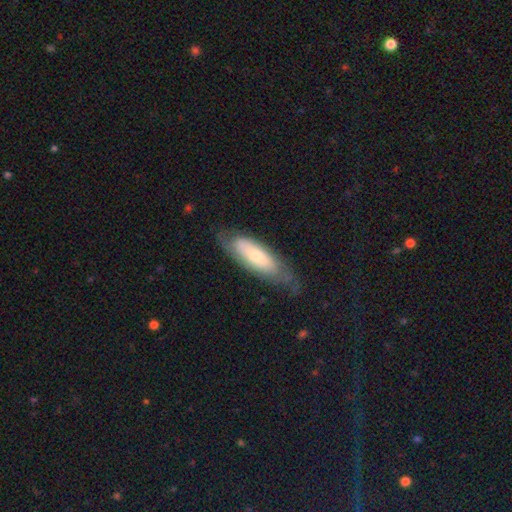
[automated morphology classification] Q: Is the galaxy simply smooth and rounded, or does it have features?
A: smooth — 48%.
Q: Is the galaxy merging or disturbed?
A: none — 63%.